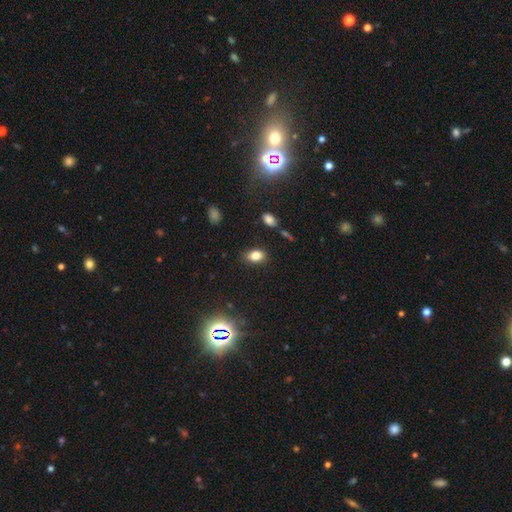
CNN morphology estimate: smooth 80%, star or artifact 12%, featured or disk 8%. Down the decision tree: how rounded — in between (79%); merging — none (82%).